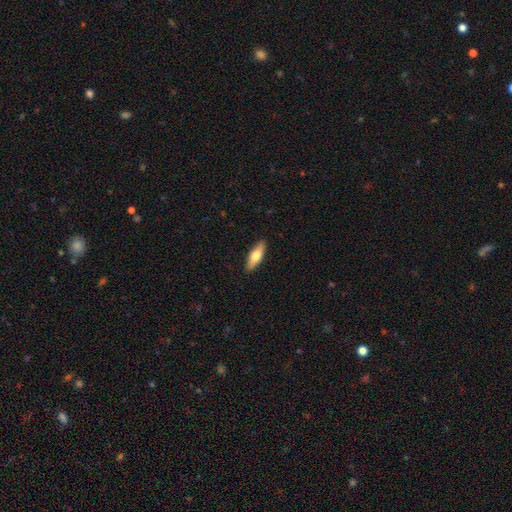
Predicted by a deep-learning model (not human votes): Smooth or featured: smooth — 62% (featured or disk — 33%)
How rounded: in between — 50% (cigar-shaped — 48%)
Merging: none — 90% (minor disturbance — 7%)